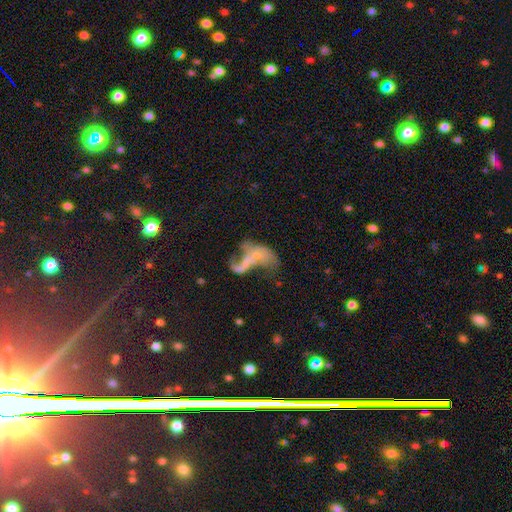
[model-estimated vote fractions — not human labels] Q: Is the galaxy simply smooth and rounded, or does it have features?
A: featured or disk — 64%.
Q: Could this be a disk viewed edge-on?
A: no — 97%.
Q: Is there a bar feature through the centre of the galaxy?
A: no — 74%.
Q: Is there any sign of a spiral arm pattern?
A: no — 53%.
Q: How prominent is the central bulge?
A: small — 48%.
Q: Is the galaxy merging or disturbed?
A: merger — 41%.